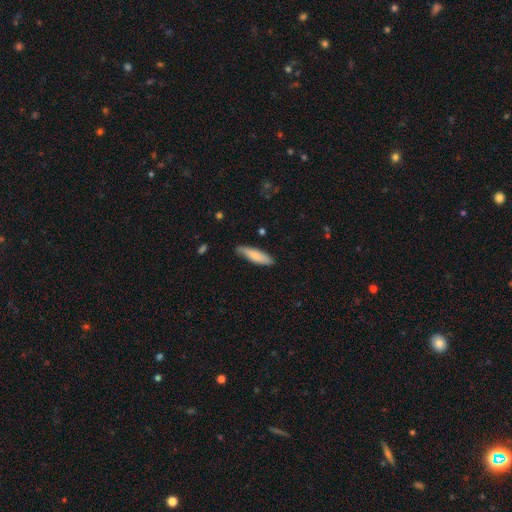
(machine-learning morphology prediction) A smooth galaxy with no disk features (79%) that is cigar-shaped (64%). Merging: none (76%).